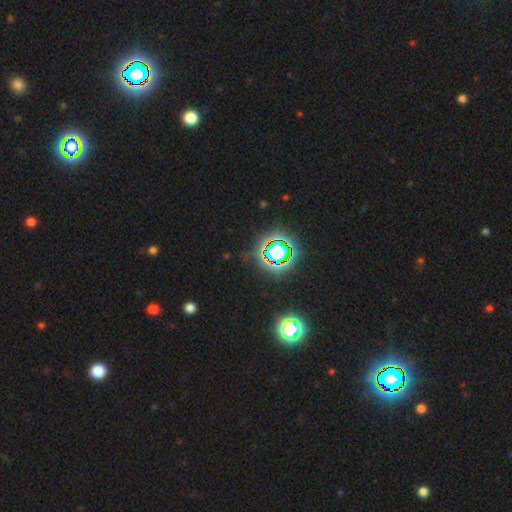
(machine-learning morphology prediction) Q: Smooth or featured?
A: star or artifact (81%); runner-up: smooth (12%)